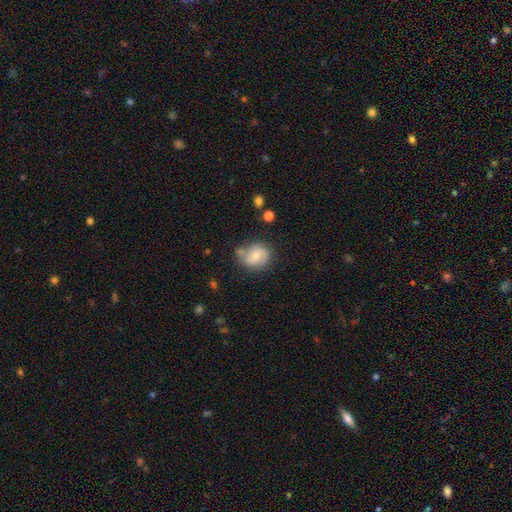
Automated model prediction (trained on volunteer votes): A smooth galaxy with no disk features (56%) that is round (73%).

Vote fractions:
- Smooth or featured? smooth: 56% / featured or disk: 36% / star or artifact: 8%
- How rounded? round: 73% / in between: 26% / cigar-shaped: 1%
- Merging? none: 62% / minor disturbance: 20% / merger: 12% / major disturbance: 6%